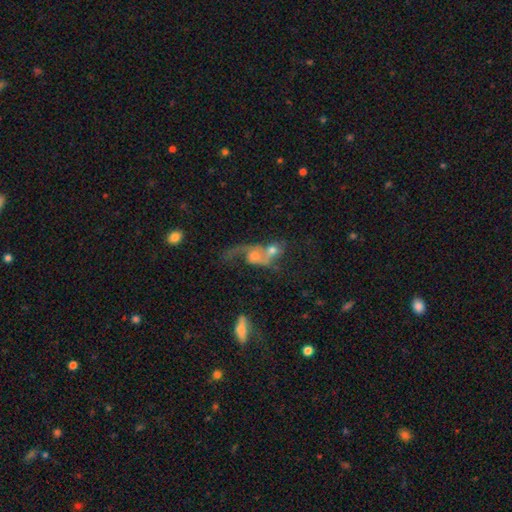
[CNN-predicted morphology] The model was most divided on "bulge size": moderate: 46%, small: 29%, large: 13%, none: 10%, dominant: 3%. More confident: edge-on disk — no (93%); bar — no (76%); spiral arms — yes (69%); smooth or featured — featured or disk (58%); merging — merger (57%).